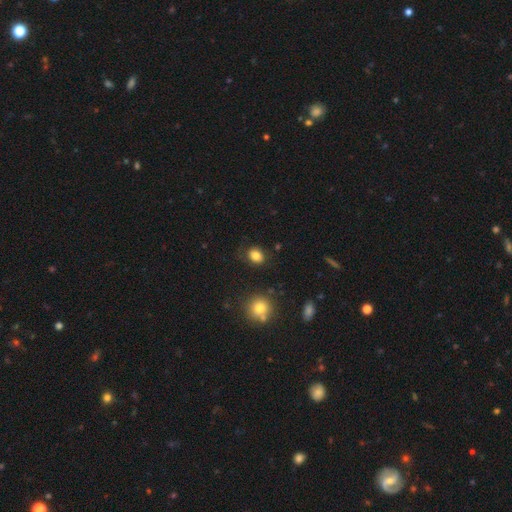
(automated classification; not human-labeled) Q: Smooth or featured?
A: smooth (83%); runner-up: star or artifact (11%)
Q: How rounded?
A: round (51%); runner-up: in between (48%)
Q: Merging?
A: none (79%); runner-up: minor disturbance (14%)